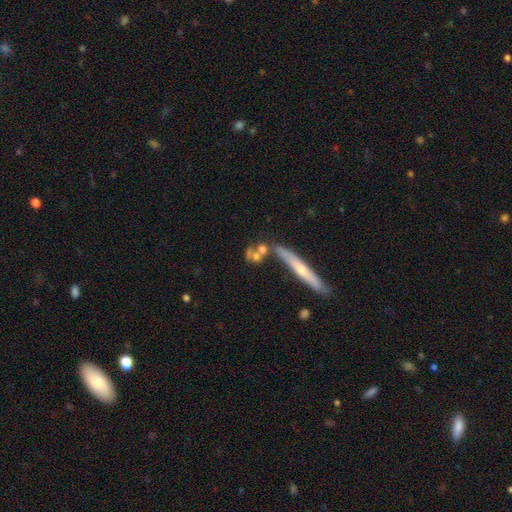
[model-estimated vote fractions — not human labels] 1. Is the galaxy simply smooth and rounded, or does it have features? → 52% smooth, 36% featured or disk, 12% star or artifact.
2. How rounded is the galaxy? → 40% round, 33% cigar-shaped, 27% in between.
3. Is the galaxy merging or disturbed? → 46% none, 34% merger, 12% minor disturbance, 7% major disturbance.